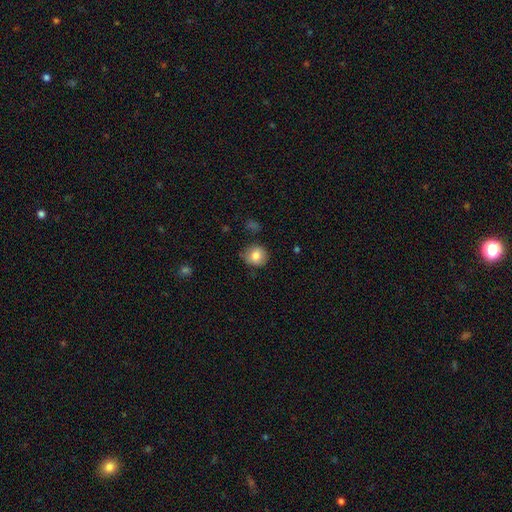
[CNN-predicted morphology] smooth-or-featured: smooth: 82% | featured or disk: 9% | star or artifact: 9%
  how-rounded: round: 84% | in between: 15% | cigar-shaped: 1%
  merging: none: 74% | minor disturbance: 20% | major disturbance: 4% | merger: 2%